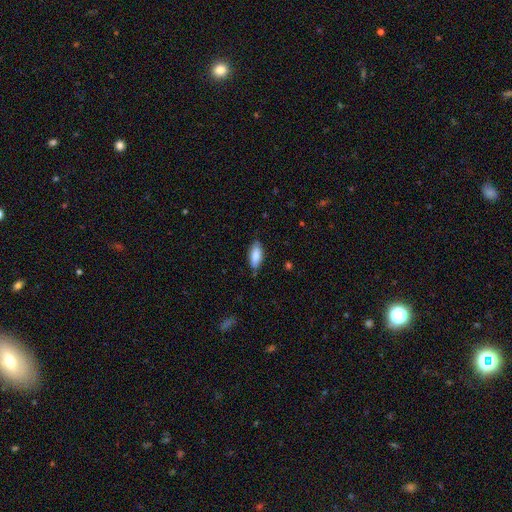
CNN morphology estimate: A smooth galaxy with no disk features (84%) that is in between round and cigar-shaped (79%). Merging: none (81%).